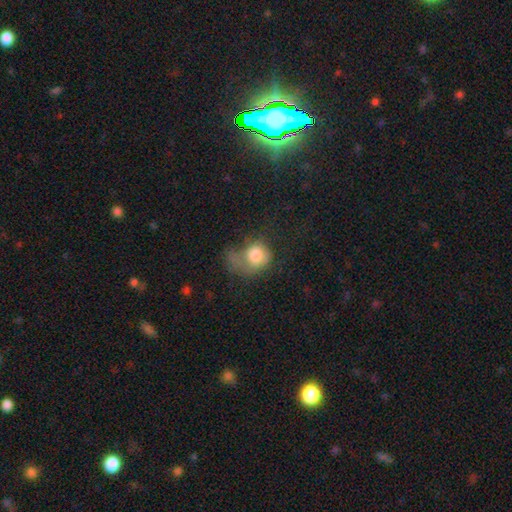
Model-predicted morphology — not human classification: A smooth galaxy with no disk features (73%) that is round (60%). Merging: major disturbance (51%).